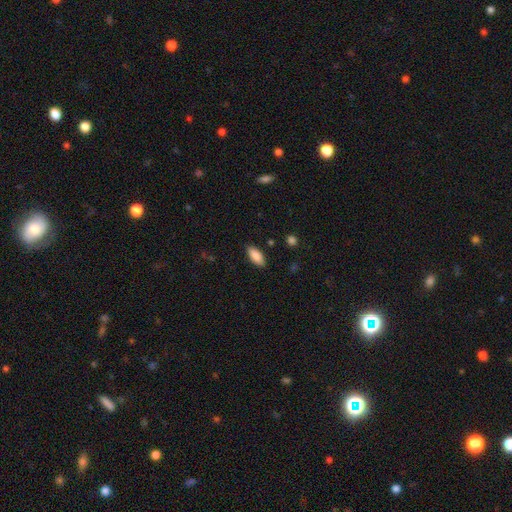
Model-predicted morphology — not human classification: A smooth galaxy with no disk features (88%) that is in between round and cigar-shaped (84%). Merging: none (87%).